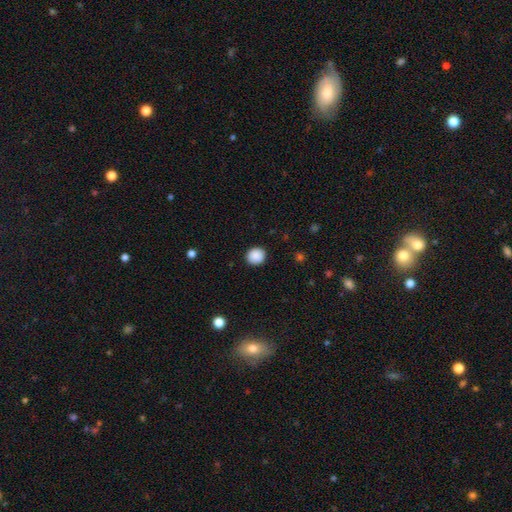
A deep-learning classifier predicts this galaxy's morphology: smooth-or-featured: smooth: 89% | star or artifact: 8% | featured or disk: 2%
  how-rounded: round: 84% | in between: 15% | cigar-shaped: 1%
  merging: none: 91% | minor disturbance: 6% | major disturbance: 2% | merger: 1%